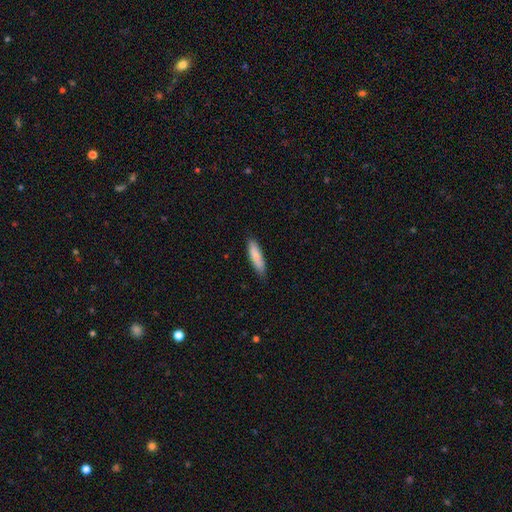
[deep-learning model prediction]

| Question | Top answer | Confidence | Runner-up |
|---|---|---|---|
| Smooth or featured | smooth | 86% | featured or disk (8%) |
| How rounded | cigar-shaped | 71% | in between (28%) |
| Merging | none | 83% | minor disturbance (14%) |